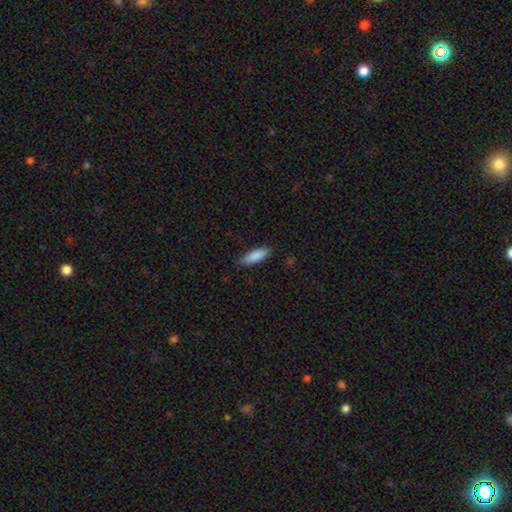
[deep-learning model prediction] smooth_or_featured: smooth (p=0.85) [alt: featured or disk p=0.09]
how_rounded: in between (p=0.50) [alt: cigar-shaped p=0.48]
merging: none (p=0.83) [alt: minor disturbance p=0.14]